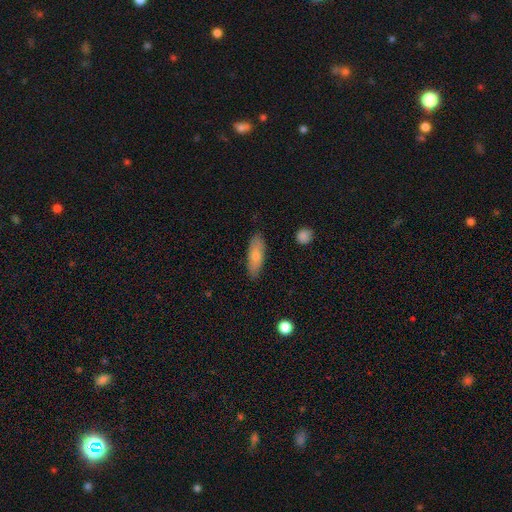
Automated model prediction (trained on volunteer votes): Q: Smooth or featured?
A: smooth (74%); runner-up: featured or disk (20%)
Q: How rounded?
A: in between (63%); runner-up: cigar-shaped (34%)
Q: Merging?
A: none (84%); runner-up: minor disturbance (12%)